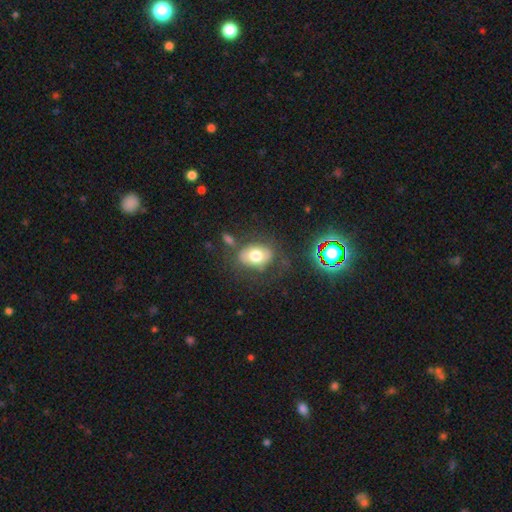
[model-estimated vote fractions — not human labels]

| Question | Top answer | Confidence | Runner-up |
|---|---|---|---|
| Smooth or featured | smooth | 68% | featured or disk (20%) |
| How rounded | in between | 72% | round (27%) |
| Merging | none | 66% | minor disturbance (17%) |